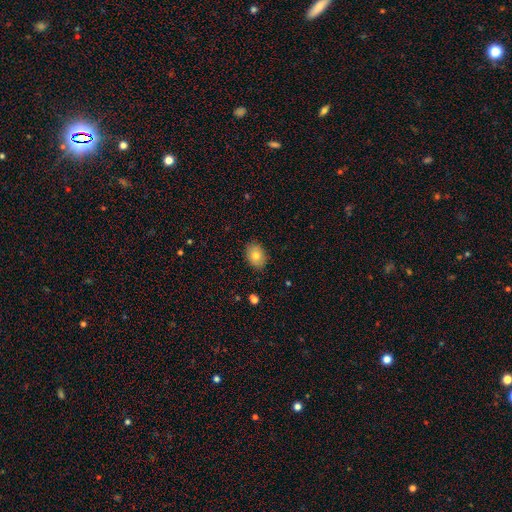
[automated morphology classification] A smooth galaxy with no disk features (78%) that is in between round and cigar-shaped (72%).

Vote fractions:
- Smooth or featured? smooth: 78% / featured or disk: 14% / star or artifact: 8%
- How rounded? in between: 72% / round: 27% / cigar-shaped: 1%
- Merging? none: 88% / minor disturbance: 9% / major disturbance: 2% / merger: 1%